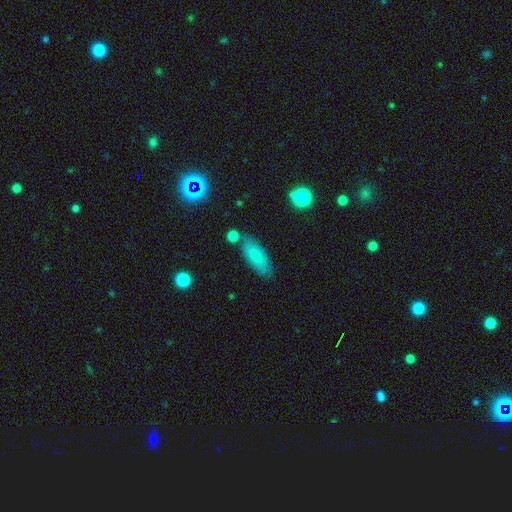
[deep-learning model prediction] Morphology: type=smooth (81%); roundness=in between (73%); merging=none (74%).